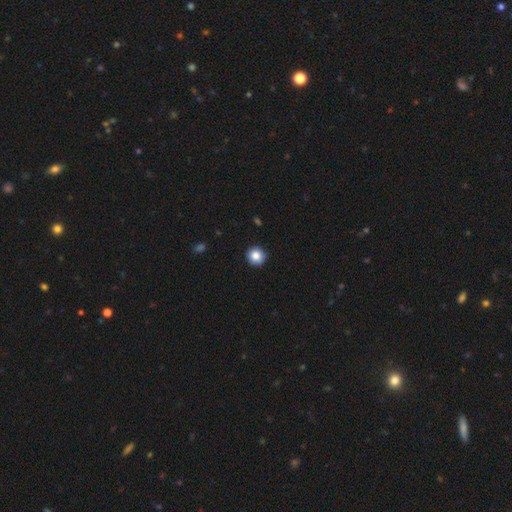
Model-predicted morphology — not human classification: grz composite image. It shows a smooth galaxy with no disk features (85%) that is round (93%). Merging: none (91%).